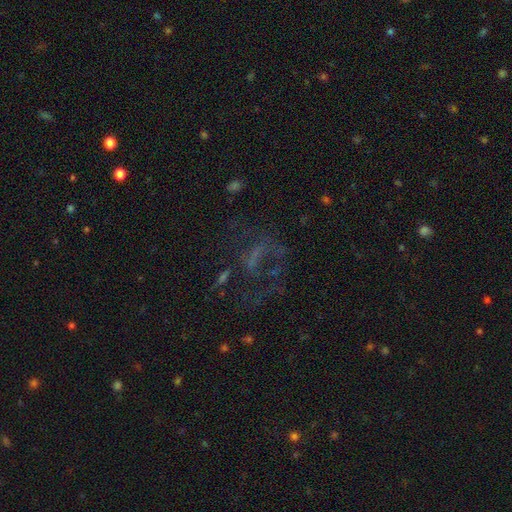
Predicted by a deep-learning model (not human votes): The model was most divided on "merging": none: 43%, major disturbance: 38%, minor disturbance: 14%, merger: 5%. Remaining: smooth or featured — featured or disk (45%).